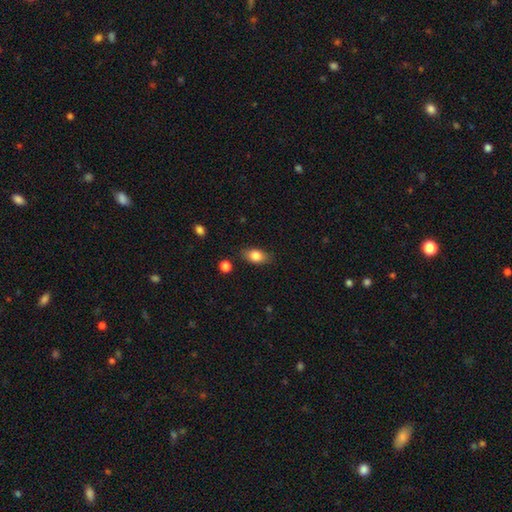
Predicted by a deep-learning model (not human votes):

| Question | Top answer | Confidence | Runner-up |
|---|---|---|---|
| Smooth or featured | smooth | 83% | featured or disk (9%) |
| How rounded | in between | 84% | round (12%) |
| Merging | none | 82% | minor disturbance (13%) |